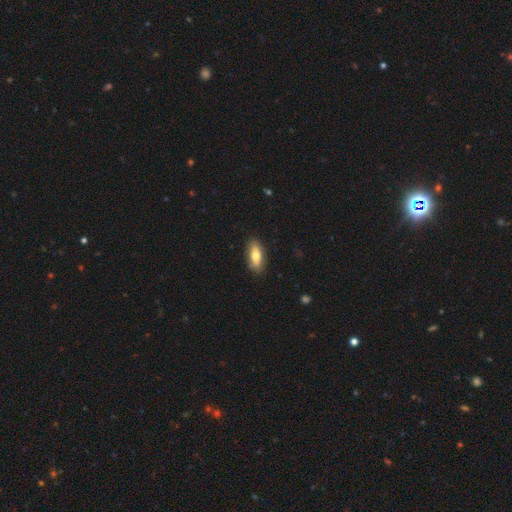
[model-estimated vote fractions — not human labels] This is likely a smooth galaxy (69%). How rounded: likely in between (80%). Merging: clearly none (85%).